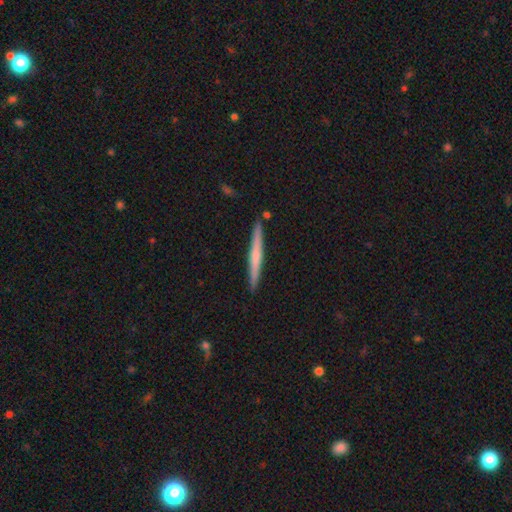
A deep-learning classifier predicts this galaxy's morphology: This appears to be a featured or disk galaxy (47%, tied with smooth). Merging: none (90%).